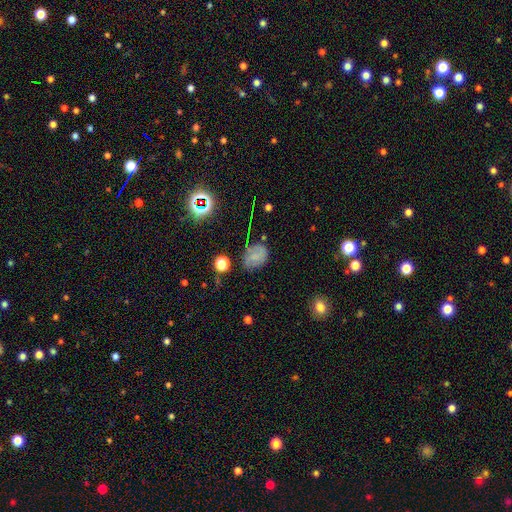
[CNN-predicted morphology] type=smooth (56%); roundness=in between (61%); merging=none (66%).